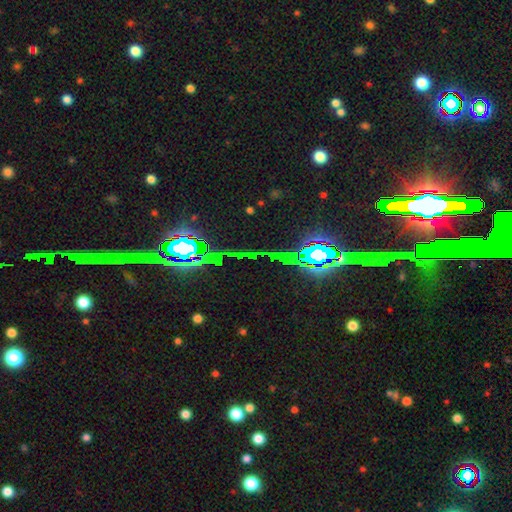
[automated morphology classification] Q: Smooth or featured?
A: star or artifact (79%); runner-up: featured or disk (12%)